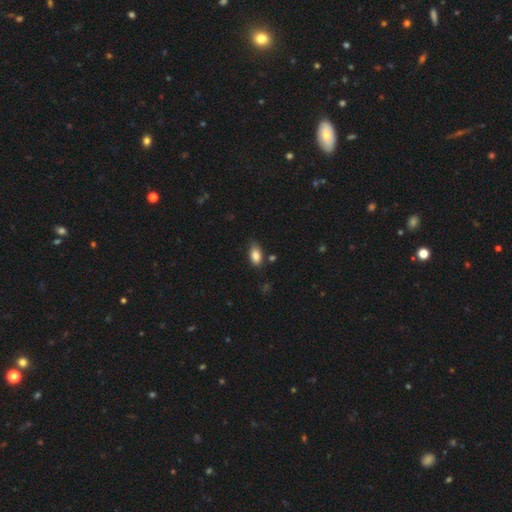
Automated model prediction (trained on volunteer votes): This is clearly a smooth galaxy (85%). How rounded: clearly in between (90%). Merging: likely none (66%).